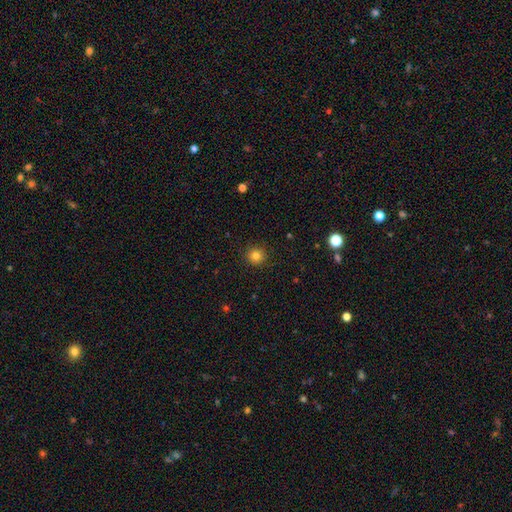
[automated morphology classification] smooth 81%, star or artifact 13%, featured or disk 5%. Down the decision tree: how rounded — round (94%); merging — none (92%).